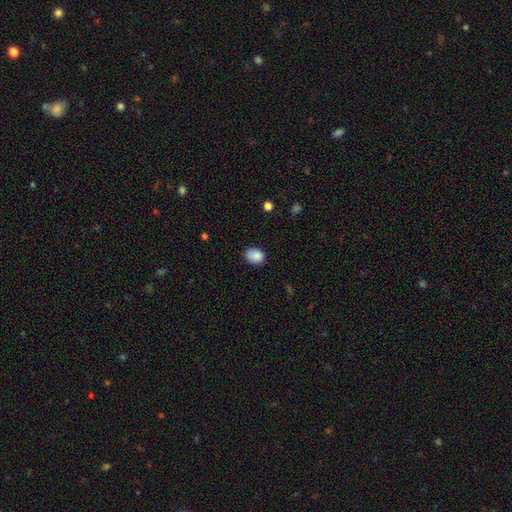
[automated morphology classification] A smooth galaxy with no disk features (85%) that is in between round and cigar-shaped (54%). Merging: none (66%).